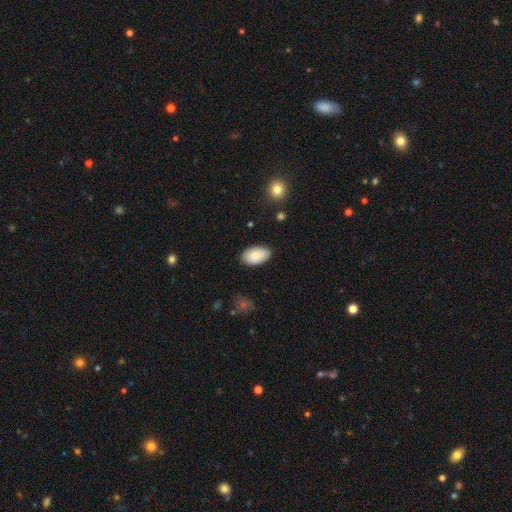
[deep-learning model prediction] Smooth or featured?
  - smooth: 86% *
  - featured or disk: 8%
  - star or artifact: 6%
How rounded?
  - in between: 95% *
  - round: 4%
  - cigar-shaped: 1%
Merging?
  - none: 84% *
  - minor disturbance: 12%
  - major disturbance: 2%
  - merger: 1%